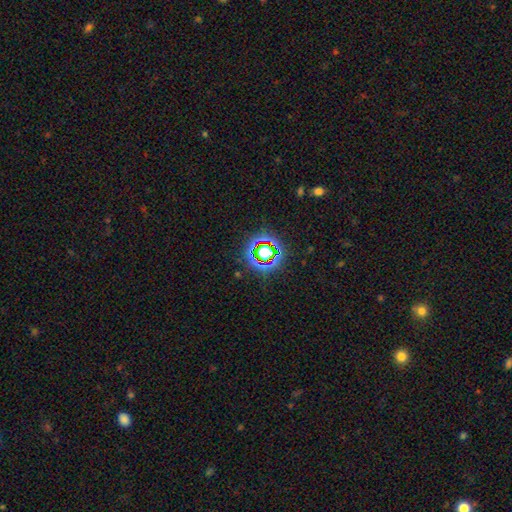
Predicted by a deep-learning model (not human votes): Smooth or featured?
  - star or artifact: 67% *
  - smooth: 22%
  - featured or disk: 11%